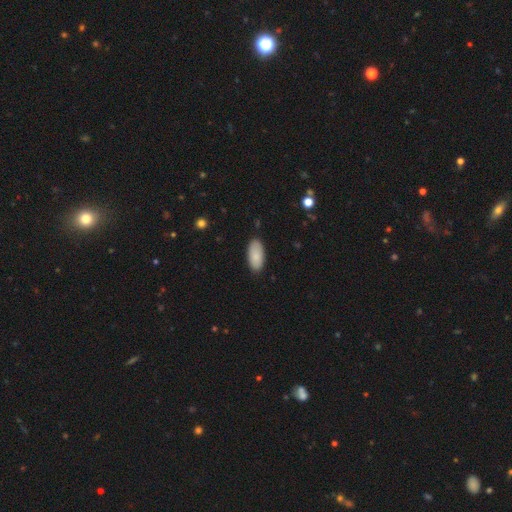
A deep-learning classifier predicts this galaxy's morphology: Smooth or featured?
  - smooth: 87% *
  - featured or disk: 7%
  - star or artifact: 6%
How rounded?
  - in between: 93% *
  - cigar-shaped: 5%
  - round: 2%
Merging?
  - none: 86% *
  - minor disturbance: 11%
  - major disturbance: 2%
  - merger: 1%